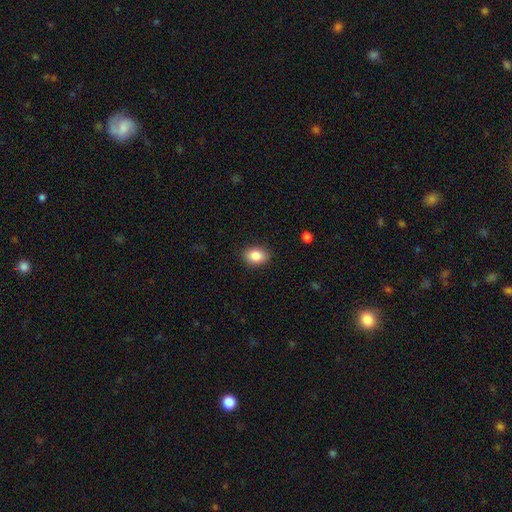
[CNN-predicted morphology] type=smooth (86%); roundness=in between (76%); merging=none (88%).